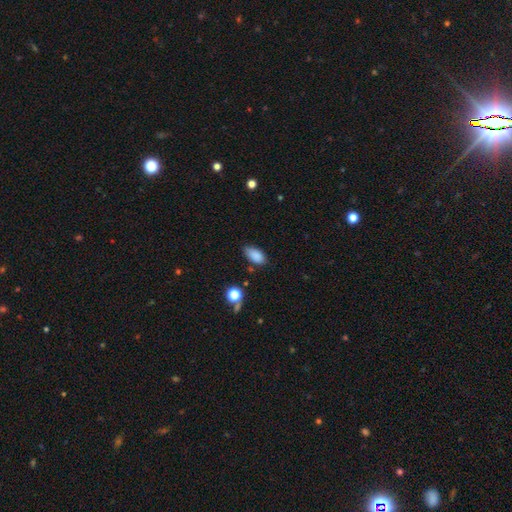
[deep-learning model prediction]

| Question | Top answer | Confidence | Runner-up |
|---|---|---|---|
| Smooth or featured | smooth | 86% | star or artifact (9%) |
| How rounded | in between | 91% | round (5%) |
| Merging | none | 73% | minor disturbance (21%) |